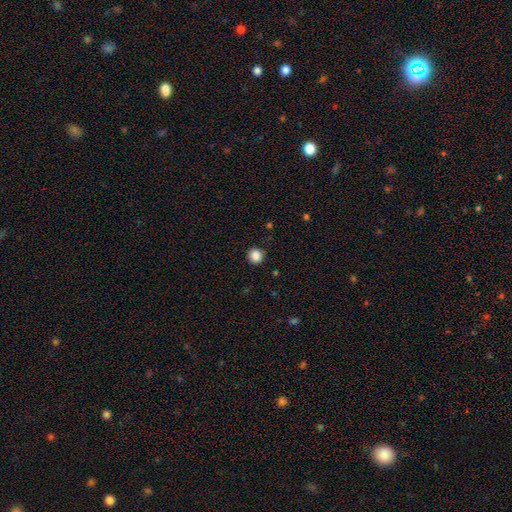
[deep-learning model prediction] Smooth or featured: smooth — 87% (star or artifact — 10%)
How rounded: round — 93% (in between — 6%)
Merging: none — 91% (minor disturbance — 6%)